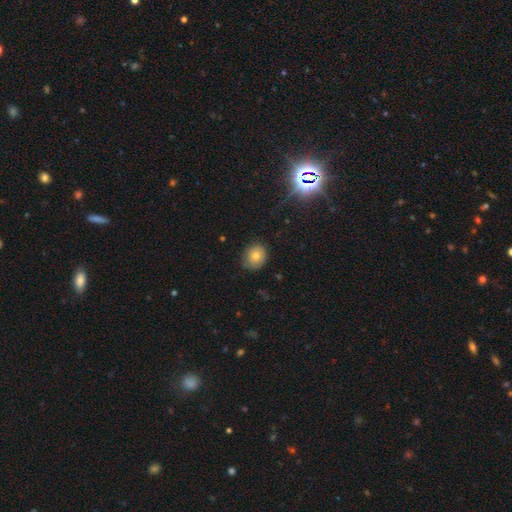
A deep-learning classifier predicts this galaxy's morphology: Smooth or featured? smooth (73%)
How rounded? round (80%)
Merging? none (78%)